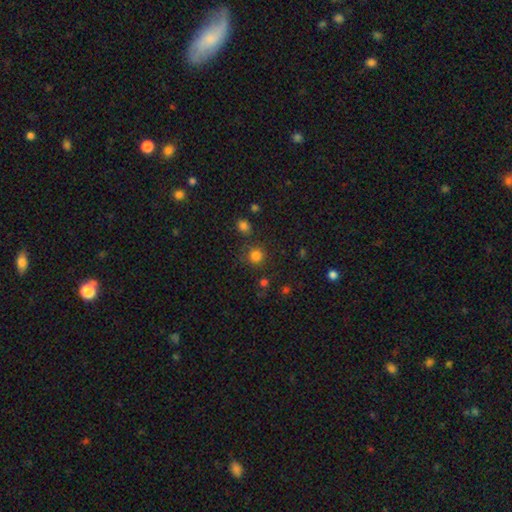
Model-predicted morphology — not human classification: A smooth galaxy with no disk features (81%) that is round (92%).

Vote fractions:
- Smooth or featured? smooth: 81% / star or artifact: 15% / featured or disk: 5%
- How rounded? round: 92% / in between: 7% / cigar-shaped: 1%
- Merging? none: 80% / minor disturbance: 10% / merger: 6% / major disturbance: 4%